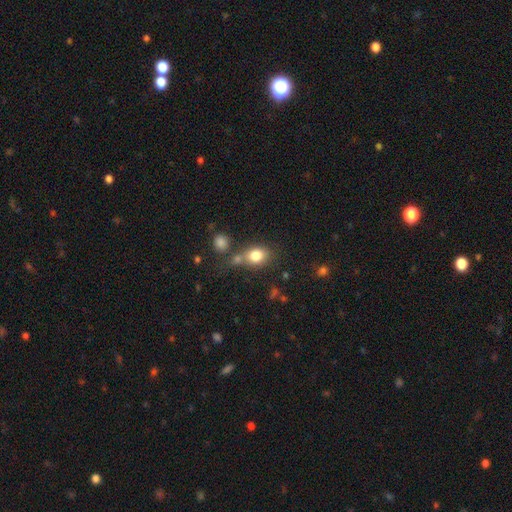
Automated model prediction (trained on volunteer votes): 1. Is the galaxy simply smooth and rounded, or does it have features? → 81% smooth, 10% star or artifact, 9% featured or disk.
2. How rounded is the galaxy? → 61% in between, 38% round, 2% cigar-shaped.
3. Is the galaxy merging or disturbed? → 54% none, 26% merger, 14% minor disturbance, 6% major disturbance.